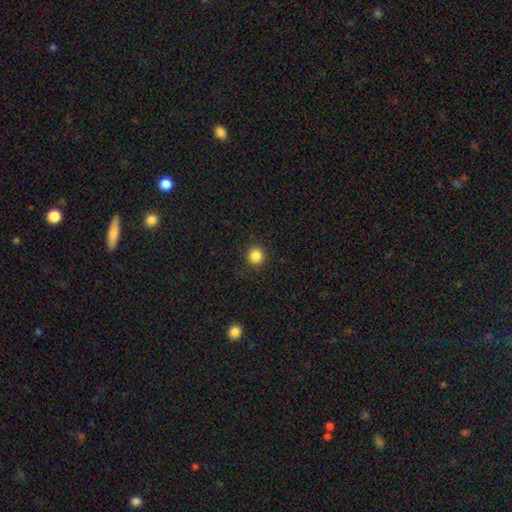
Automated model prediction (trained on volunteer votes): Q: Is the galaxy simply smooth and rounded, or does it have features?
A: smooth — 85%.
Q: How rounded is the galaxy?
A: round — 92%.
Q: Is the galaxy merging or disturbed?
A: none — 91%.